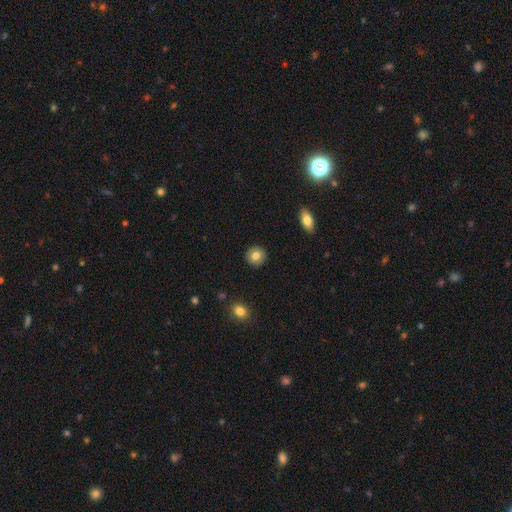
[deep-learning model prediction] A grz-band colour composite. It shows a smooth galaxy with no disk features (81%) that is round (91%). Merging: none (92%).